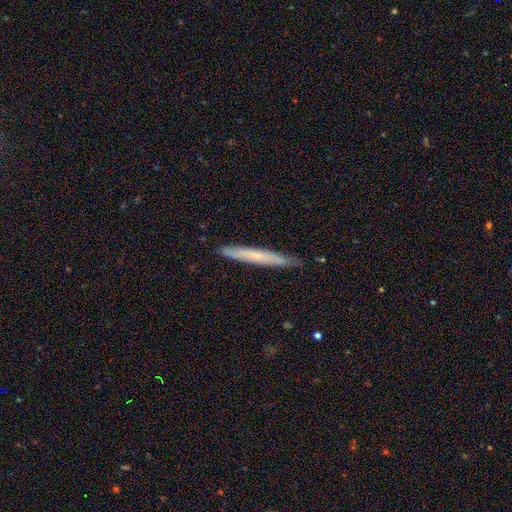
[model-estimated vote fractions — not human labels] Smooth or featured: smooth — 54% (featured or disk — 39%)
How rounded: cigar-shaped — 96% (in between — 3%)
Merging: none — 85% (minor disturbance — 12%)